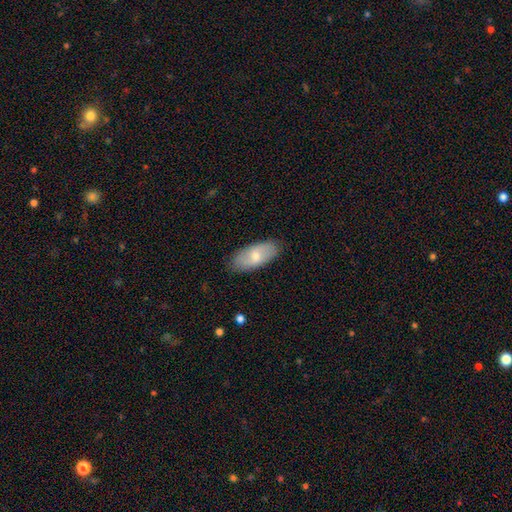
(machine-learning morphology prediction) This appears to be a smooth galaxy with no disk features (68%) that is in between round and cigar-shaped (90%). Merging: none (86%).